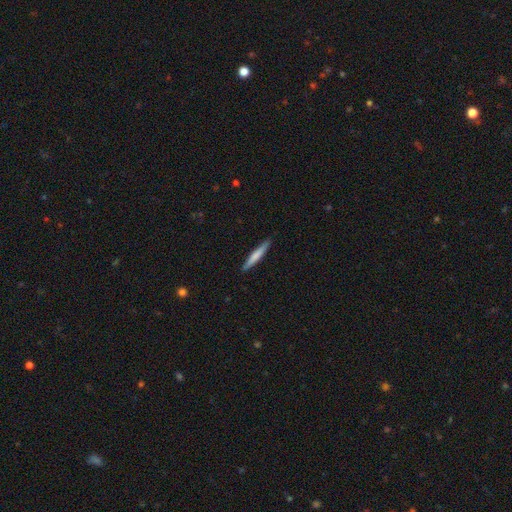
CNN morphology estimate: smooth_or_featured: smooth (p=0.64) [alt: featured or disk p=0.31]
how_rounded: cigar-shaped (p=0.95) [alt: in between p=0.04]
merging: none (p=0.91) [alt: minor disturbance p=0.07]